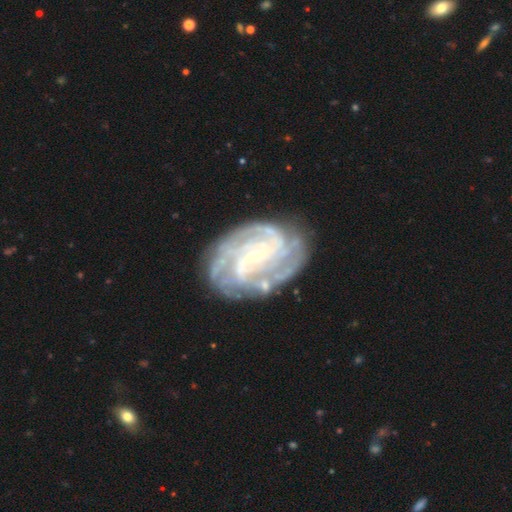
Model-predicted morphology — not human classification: Smooth or featured? Predicted: featured or disk (p=0.90). Edge-on disk? Predicted: no (p=0.97). Bar? Predicted: weak (p=0.41). Spiral arms? Predicted: yes (p=0.97). Spiral winding? Predicted: tight (p=0.65). Spiral arm count? Predicted: 4 (p=0.26). Bulge size? Predicted: small (p=0.85). Merging? Predicted: none (p=0.76).